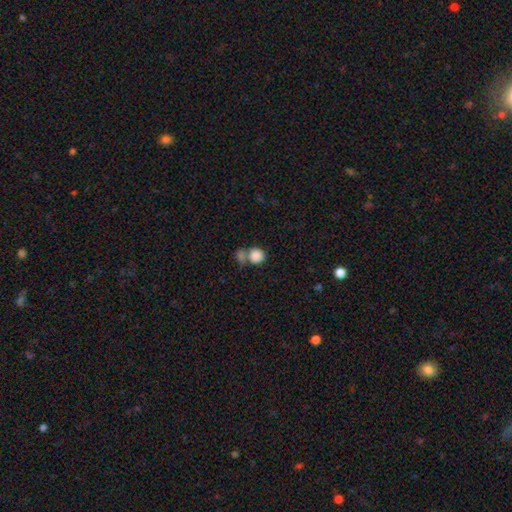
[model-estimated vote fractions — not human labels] Smooth or featured? smooth (85%)
How rounded? round (82%)
Merging? merger (45%)